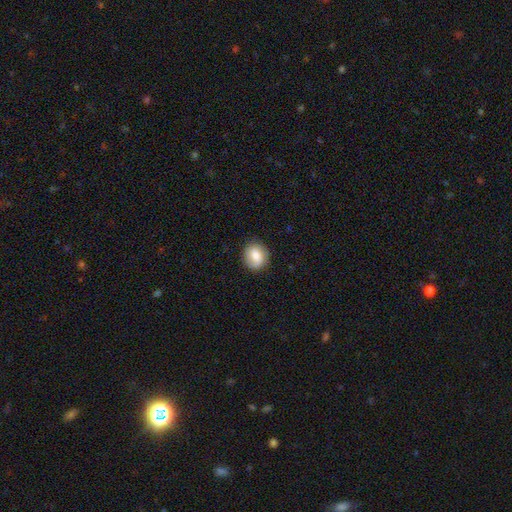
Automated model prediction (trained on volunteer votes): Smooth or featured? smooth (67%)
How rounded? round (73%)
Merging? none (84%)